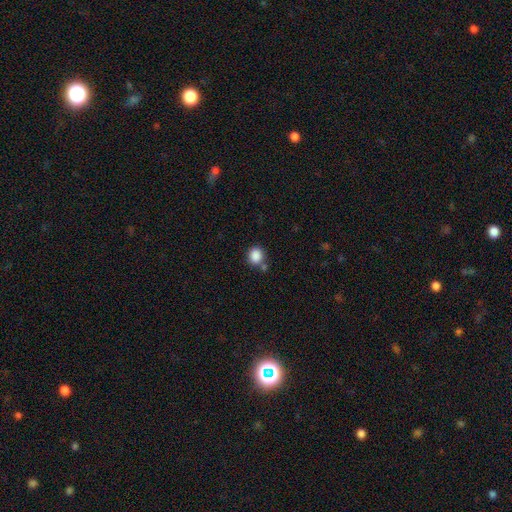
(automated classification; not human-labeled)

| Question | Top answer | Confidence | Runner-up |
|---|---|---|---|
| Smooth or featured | smooth | 86% | star or artifact (10%) |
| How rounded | round | 75% | in between (24%) |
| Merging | none | 67% | merger (15%) |